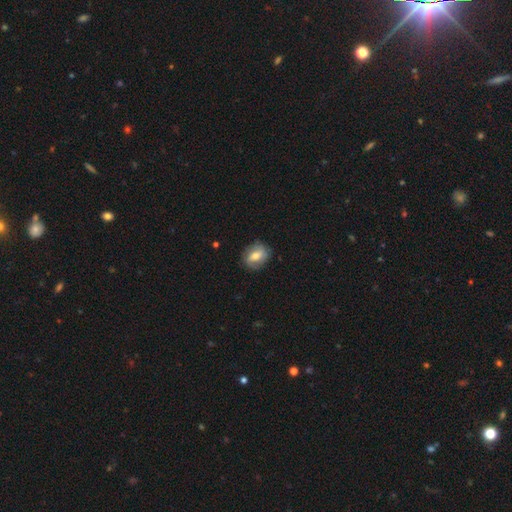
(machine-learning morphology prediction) smooth-or-featured: smooth: 50% | featured or disk: 42% | star or artifact: 8%
  merging: none: 80% | minor disturbance: 15% | major disturbance: 4% | merger: 1%